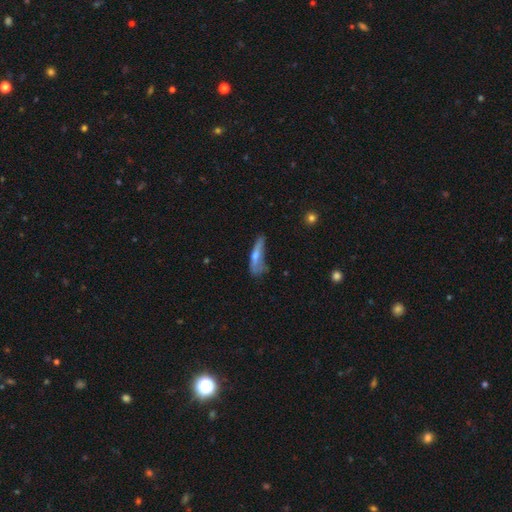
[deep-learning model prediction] Morphology: type=smooth (49%); merging=none (35%).